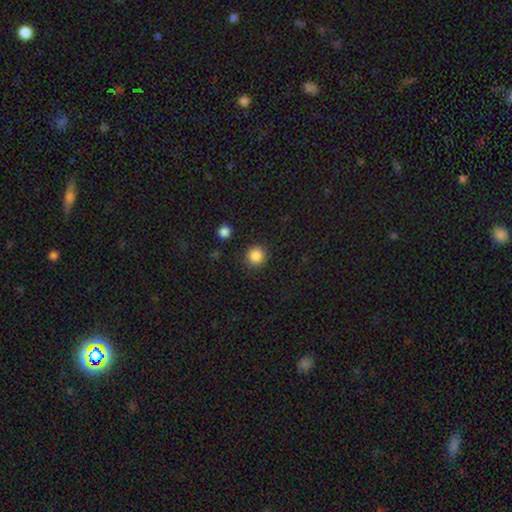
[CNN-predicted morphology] Smooth or featured? Predicted: smooth (p=0.87). How rounded? Predicted: round (p=0.94). Merging? Predicted: none (p=0.90).